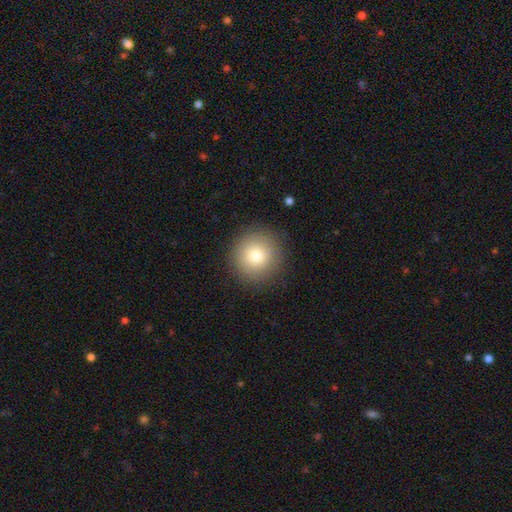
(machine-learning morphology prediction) Smooth or featured? Predicted: smooth (p=0.79). How rounded? Predicted: round (p=0.94). Merging? Predicted: none (p=0.90).